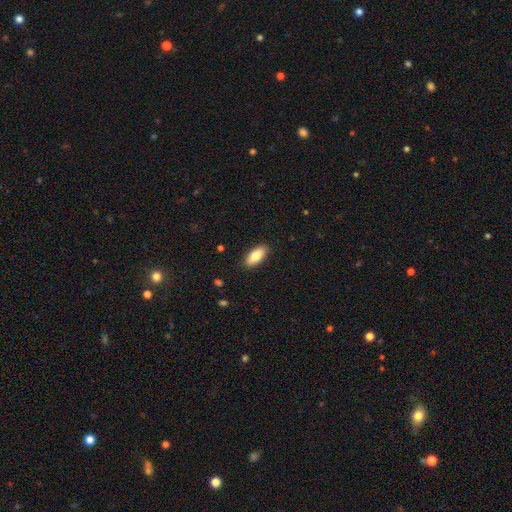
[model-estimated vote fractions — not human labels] This appears to be a smooth galaxy with no disk features (83%) that is in between round and cigar-shaped (84%). Merging: none (89%).